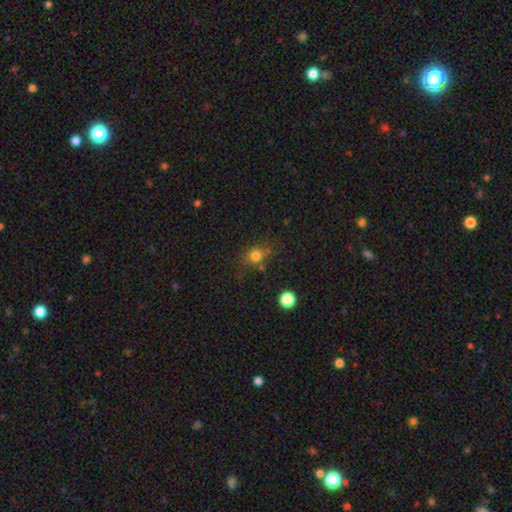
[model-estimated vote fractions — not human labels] smooth 76%, star or artifact 15%, featured or disk 9%. Down the decision tree: how rounded — round (65%); merging — none (66%).